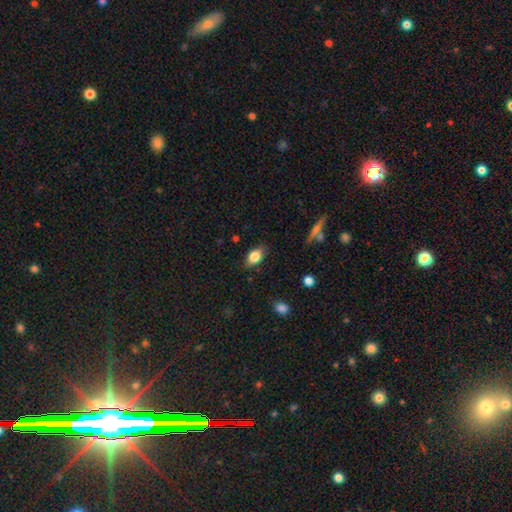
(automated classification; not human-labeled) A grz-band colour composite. It shows a smooth galaxy with no disk features (81%) that is in between round and cigar-shaped (86%). Merging: none (79%).